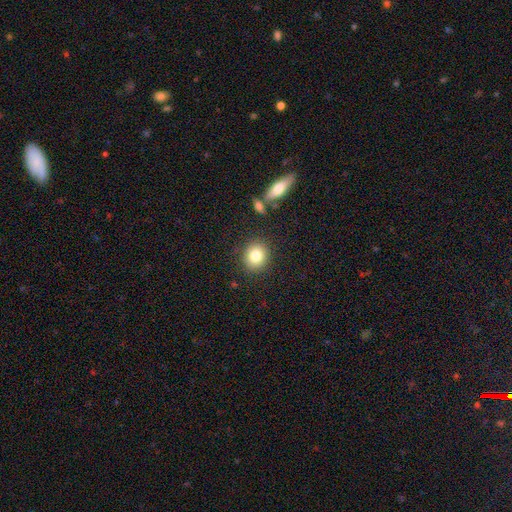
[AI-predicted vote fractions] This is clearly a smooth galaxy (82%). How rounded: likely round (74%). Merging: clearly none (86%).